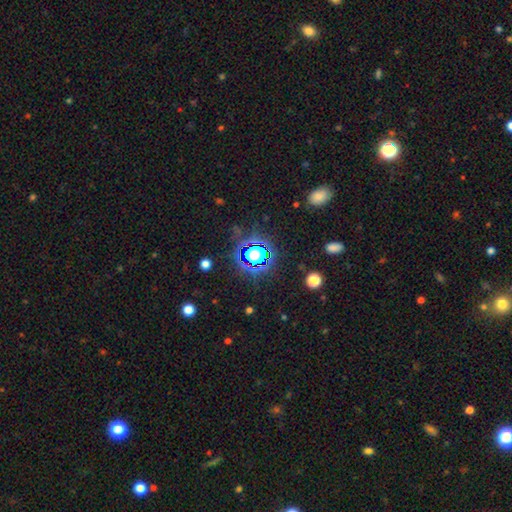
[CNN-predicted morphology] Overall: star or artifact (73%).